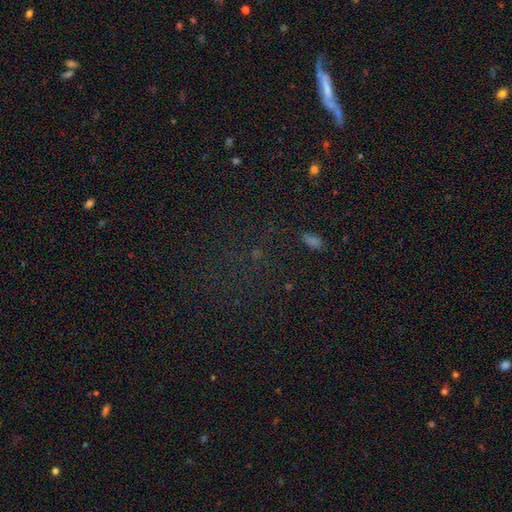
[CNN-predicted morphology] A star or artifact, not a galaxy (57%).